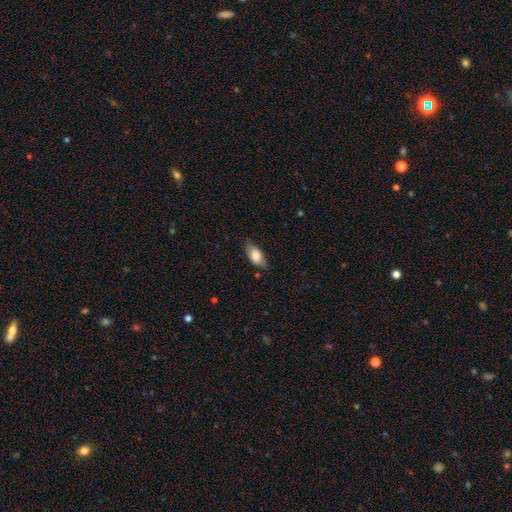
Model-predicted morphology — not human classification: Smooth or featured?
  - smooth: 81% *
  - featured or disk: 13%
  - star or artifact: 6%
How rounded?
  - in between: 89% *
  - cigar-shaped: 8%
  - round: 3%
Merging?
  - none: 78% *
  - minor disturbance: 17%
  - major disturbance: 3%
  - merger: 1%